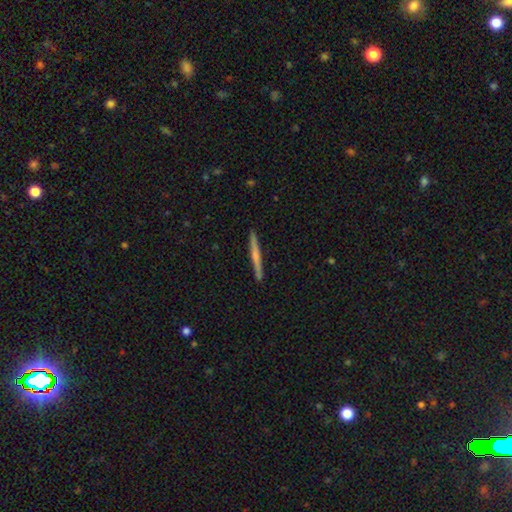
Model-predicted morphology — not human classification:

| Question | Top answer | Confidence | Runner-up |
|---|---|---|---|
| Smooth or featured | smooth | 47% | tied: featured or disk (47%) |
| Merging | none | 90% | minor disturbance (7%) |